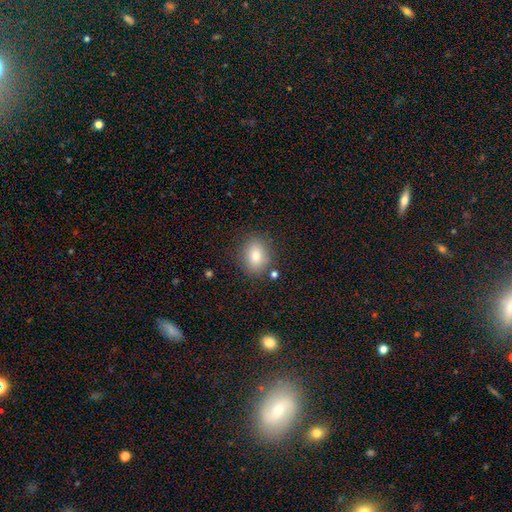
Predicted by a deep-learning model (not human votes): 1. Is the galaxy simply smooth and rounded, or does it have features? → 81% smooth, 10% star or artifact, 9% featured or disk.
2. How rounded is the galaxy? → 53% in between, 46% round, 1% cigar-shaped.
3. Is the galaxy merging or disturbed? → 83% none, 11% minor disturbance, 3% merger, 3% major disturbance.